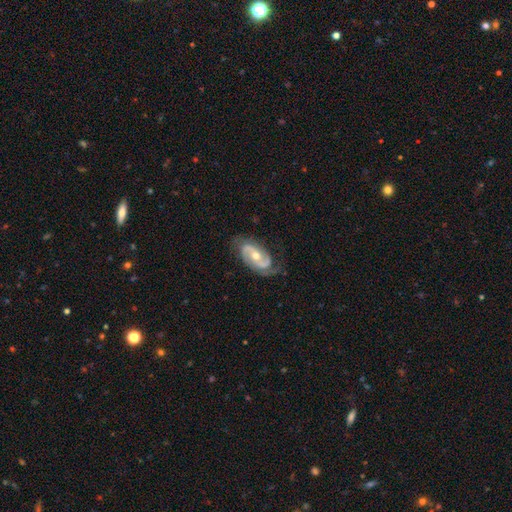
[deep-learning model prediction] featured or disk 87%, smooth 8%, star or artifact 5%. Down the decision tree: edge-on disk — no (96%); bar — no (49%); spiral arms — yes (96%); spiral arm count — 2 (86%); spiral winding — medium (45%); bulge size — moderate (63%); merging — none (73%).